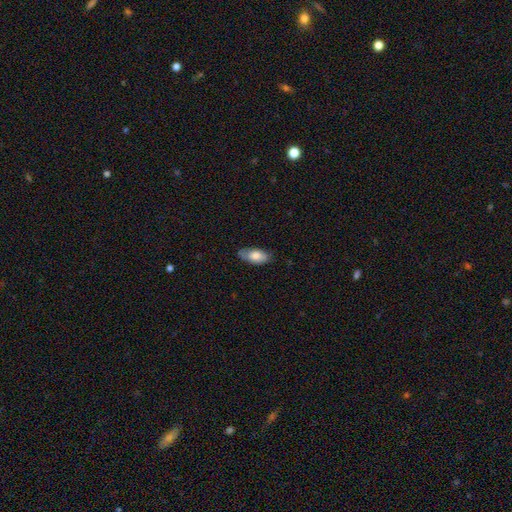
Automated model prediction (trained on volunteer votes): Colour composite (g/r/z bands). It shows a smooth galaxy with no disk features (77%) that is in between round and cigar-shaped (91%). Merging: none (71%).